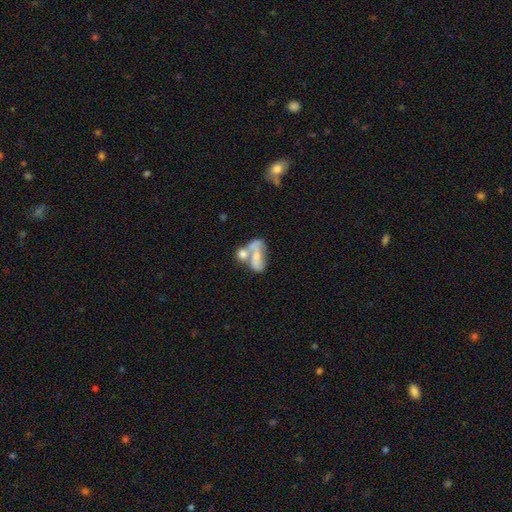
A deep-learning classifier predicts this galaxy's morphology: A smooth galaxy with no disk features (46%). Merging: merger (59%).